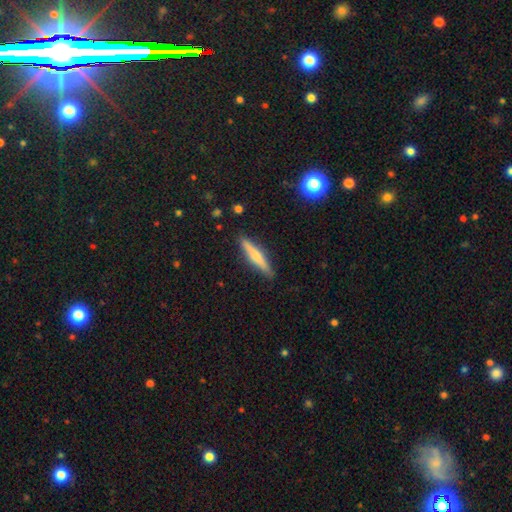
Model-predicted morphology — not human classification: Overall: smooth (58%; featured or disk 35%). How rounded: cigar-shaped (90%). Merging: none (89%).